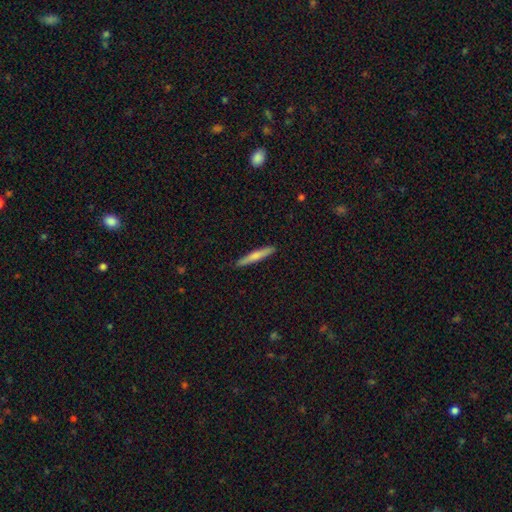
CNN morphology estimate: Overall: smooth (65%; featured or disk 30%). How rounded: cigar-shaped (95%). Merging: none (90%).